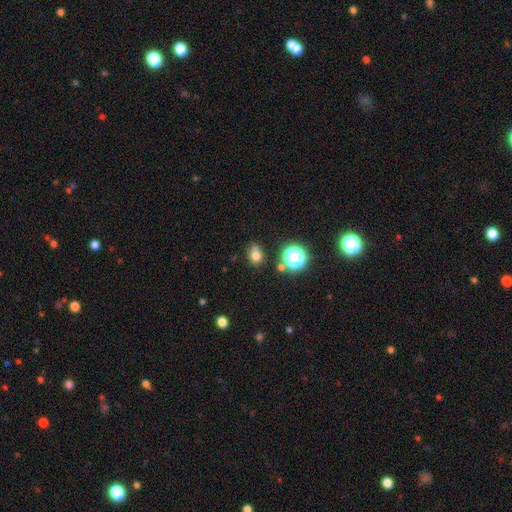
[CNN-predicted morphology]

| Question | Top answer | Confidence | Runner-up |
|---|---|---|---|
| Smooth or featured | smooth | 73% | star or artifact (18%) |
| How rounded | round | 54% | in between (44%) |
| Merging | none | 63% | minor disturbance (19%) |